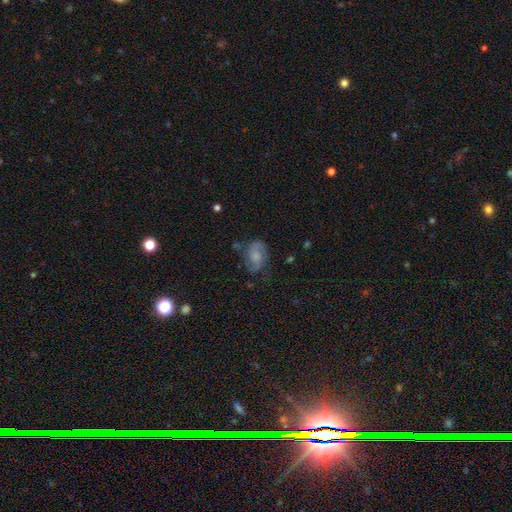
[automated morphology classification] The model was most divided on "bulge size": small: 37%, moderate: 33%, none: 21%, large: 7%, dominant: 2%. Remaining: edge-on disk — no (97%); spiral arms — yes (92%); spiral arm count — 2 (86%); merging — none (67%); smooth or featured — featured or disk (66%); bar — no (63%); spiral winding — medium (50%).